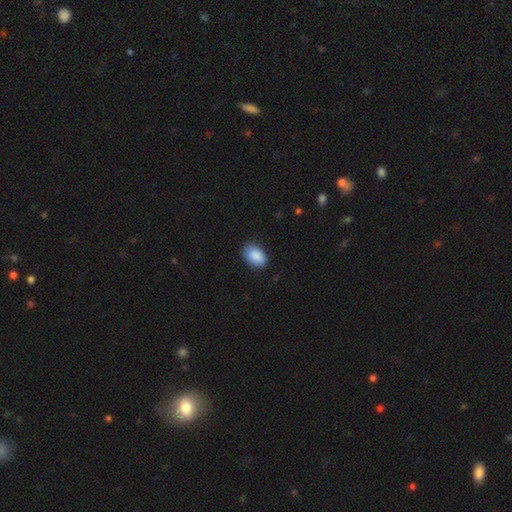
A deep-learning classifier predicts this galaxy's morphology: A smooth galaxy with no disk features (90%) that is in between round and cigar-shaped (90%).

Vote fractions:
- Smooth or featured? smooth: 90% / star or artifact: 6% / featured or disk: 3%
- How rounded? in between: 90% / round: 9% / cigar-shaped: 1%
- Merging? none: 84% / minor disturbance: 12% / major disturbance: 2% / merger: 1%